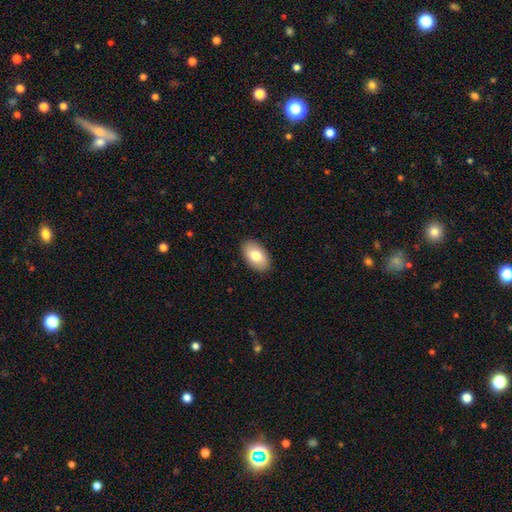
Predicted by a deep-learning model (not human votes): This is likely a smooth galaxy (78%). How rounded: clearly in between (93%). Merging: clearly none (89%).